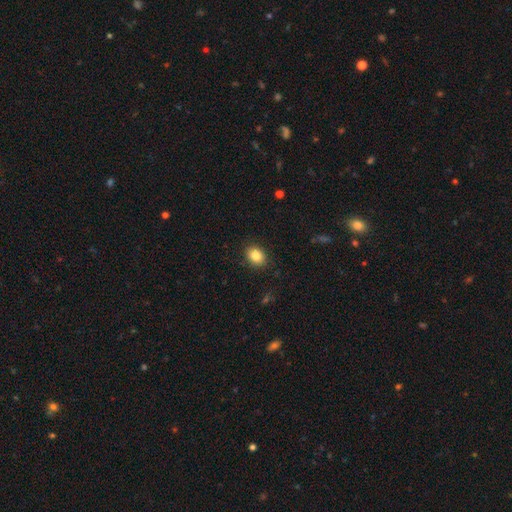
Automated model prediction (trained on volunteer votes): Morphology: type=smooth (84%); roundness=in between (61%); merging=none (88%).